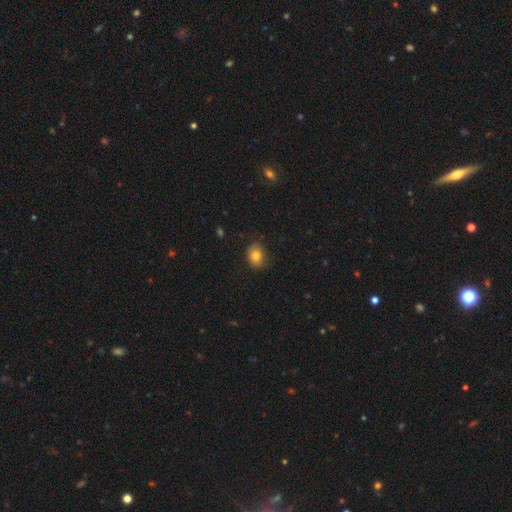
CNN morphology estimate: The model was most divided on "how rounded": in between: 56%, round: 43%, cigar-shaped: 1%. More confident: smooth or featured — smooth (81%); merging — none (76%).